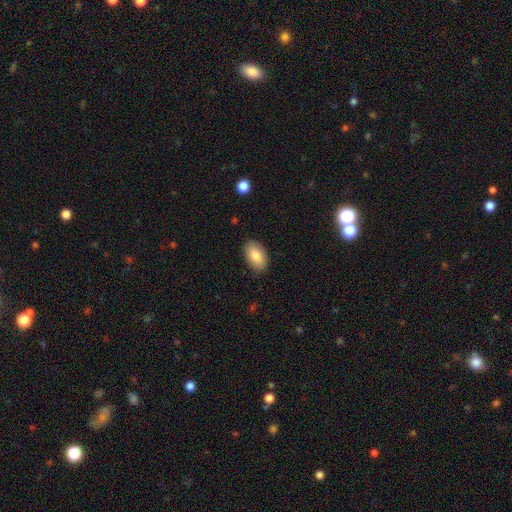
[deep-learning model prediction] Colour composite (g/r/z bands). It shows a smooth galaxy with no disk features (84%) that is in between round and cigar-shaped (94%). Merging: none (87%).